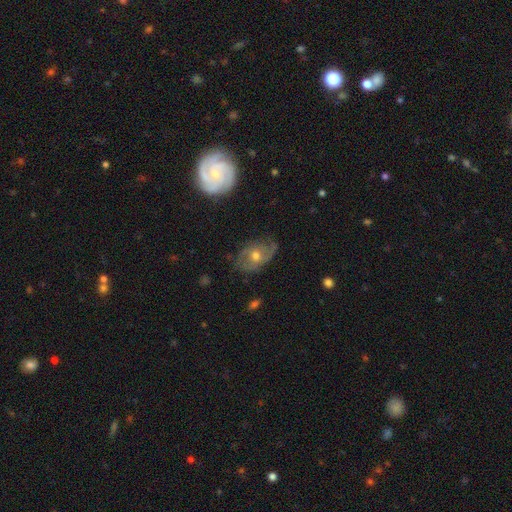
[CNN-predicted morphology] smooth-or-featured: featured or disk: 69% | smooth: 23% | star or artifact: 9%
  disk-edge-on: no: 94% | yes: 6%
    bar: no: 72% | weak: 23% | strong: 5%
    has-spiral-arms: yes: 84% | no: 16%
      spiral-winding: medium: 40% | tight: 34% | loose: 25%
      spiral-arm-count: 2: 46% | can't tell: 27% | 3: 13% | 1: 9% | 4: 3% | more than 4: 3%
    bulge-size: moderate: 65% | small: 29% | large: 4% | none: 1% | dominant: 1%
  merging: none: 61% | minor disturbance: 25% | major disturbance: 12% | merger: 2%